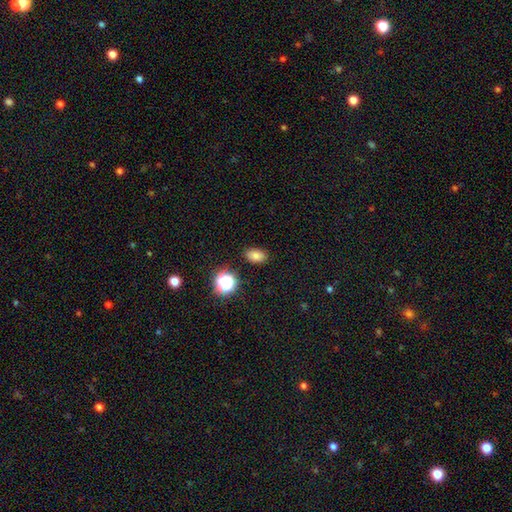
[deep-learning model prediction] The model was most divided on "smooth or featured": smooth: 79%, star or artifact: 14%, featured or disk: 6%. More confident: merging — none (86%); how rounded — in between (84%).